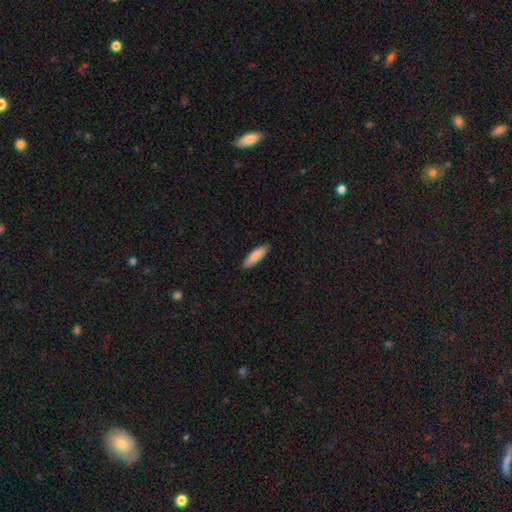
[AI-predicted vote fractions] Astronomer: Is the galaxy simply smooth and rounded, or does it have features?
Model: smooth — 86%.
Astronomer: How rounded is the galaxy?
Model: cigar-shaped — 65%.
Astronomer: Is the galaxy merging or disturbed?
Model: none — 89%.